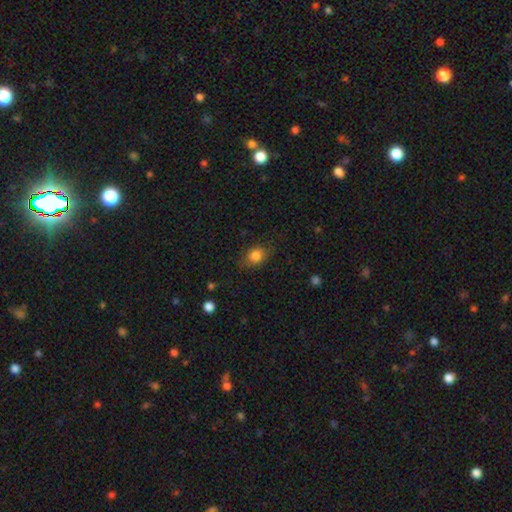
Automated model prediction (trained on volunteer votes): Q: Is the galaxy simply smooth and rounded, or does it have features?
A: smooth — 82%.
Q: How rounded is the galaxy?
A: in between — 52%.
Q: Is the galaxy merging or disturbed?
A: none — 77%.